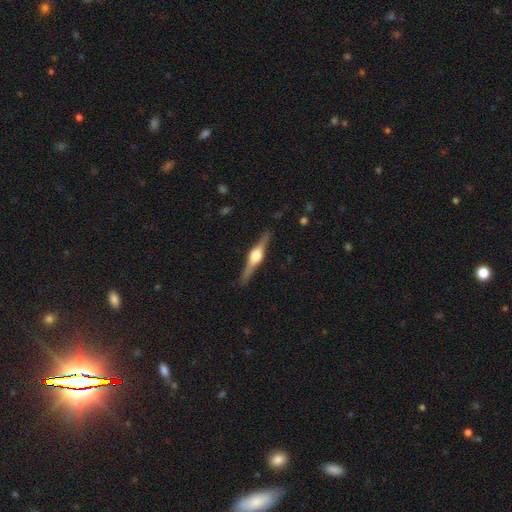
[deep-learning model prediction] The model was most divided on "smooth or featured": featured or disk: 82%, smooth: 13%, star or artifact: 5%. More confident: edge-on disk — yes (98%); edge-on bulge — rounded (94%); merging — none (90%).